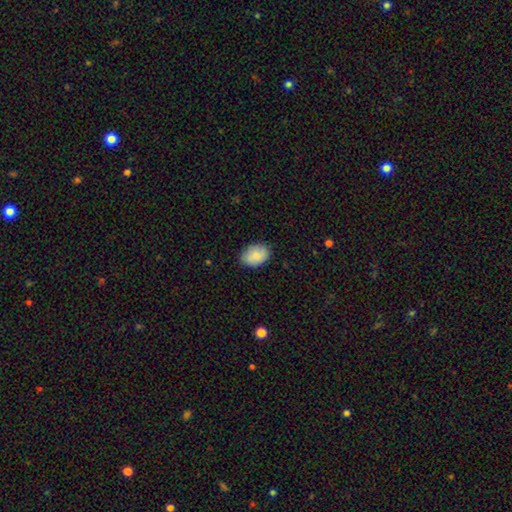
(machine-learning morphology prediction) smooth-or-featured: smooth: 85% | featured or disk: 9% | star or artifact: 6%
  how-rounded: in between: 85% | round: 14% | cigar-shaped: 1%
  merging: none: 83% | minor disturbance: 13% | major disturbance: 2% | merger: 1%